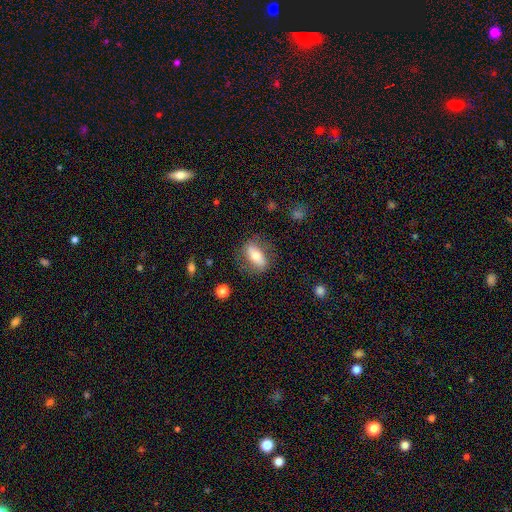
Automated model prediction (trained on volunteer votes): smooth-or-featured: smooth: 63% | featured or disk: 30% | star or artifact: 7%
  how-rounded: in between: 78% | cigar-shaped: 16% | round: 6%
  merging: none: 72% | minor disturbance: 17% | major disturbance: 9% | merger: 2%